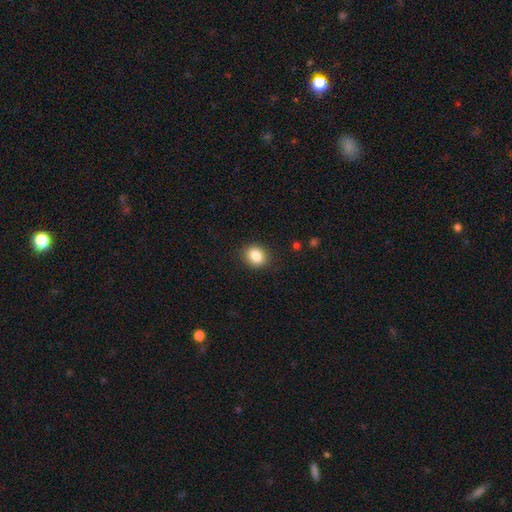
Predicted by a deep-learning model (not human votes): Smooth or featured? Predicted: smooth (p=0.85). How rounded? Predicted: round (p=0.59). Merging? Predicted: none (p=0.88).